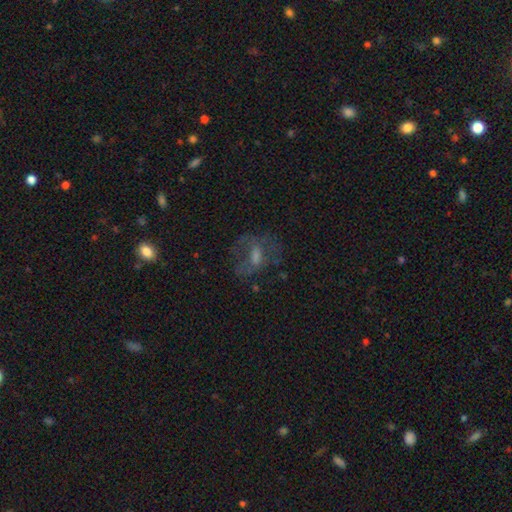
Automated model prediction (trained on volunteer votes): smooth_or_featured: featured or disk (p=0.47) [alt: smooth p=0.31]
merging: none (p=0.58) [alt: major disturbance p=0.22]